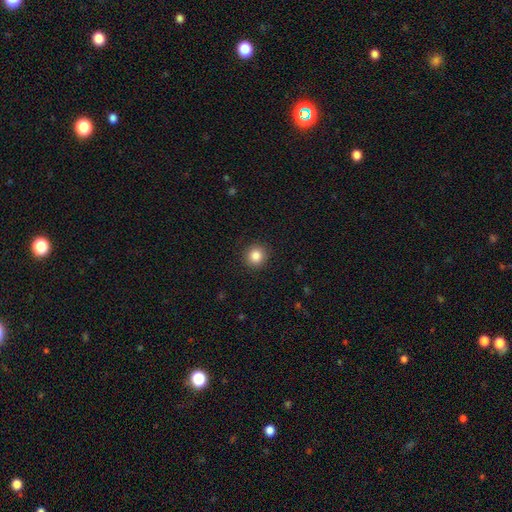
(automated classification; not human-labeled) Smooth or featured? Predicted: smooth (p=0.86). How rounded? Predicted: round (p=0.91). Merging? Predicted: none (p=0.91).